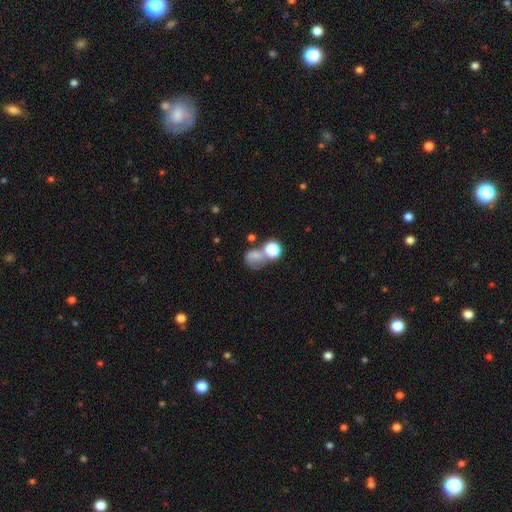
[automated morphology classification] Smooth or featured: smooth — 64% (star or artifact — 19%)
How rounded: round — 60% (in between — 39%)
Merging: merger — 37% (none — 29%)